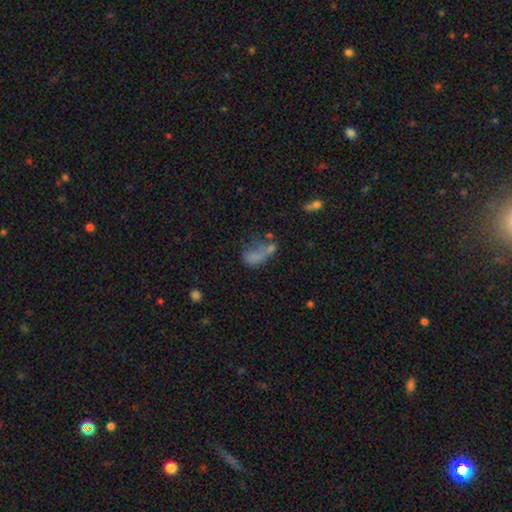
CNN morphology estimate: smooth-or-featured: smooth: 61% | featured or disk: 24% | star or artifact: 15%
  how-rounded: in between: 80% | round: 15% | cigar-shaped: 5%
  merging: major disturbance: 37% | merger: 24% | none: 22% | minor disturbance: 17%